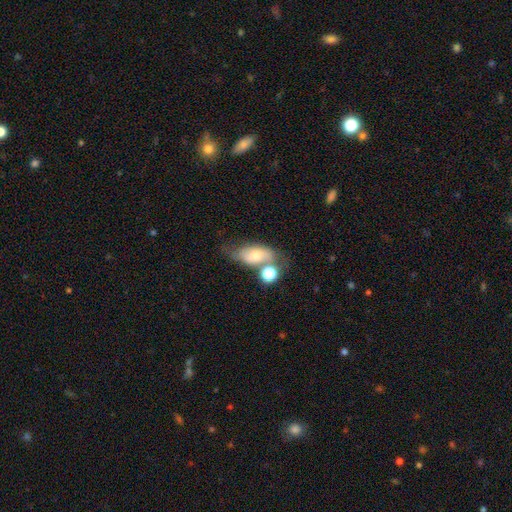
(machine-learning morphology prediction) Q: Smooth or featured?
A: smooth (61%); runner-up: featured or disk (29%)
Q: How rounded?
A: in between (80%); runner-up: round (14%)
Q: Merging?
A: none (42%); runner-up: merger (27%)